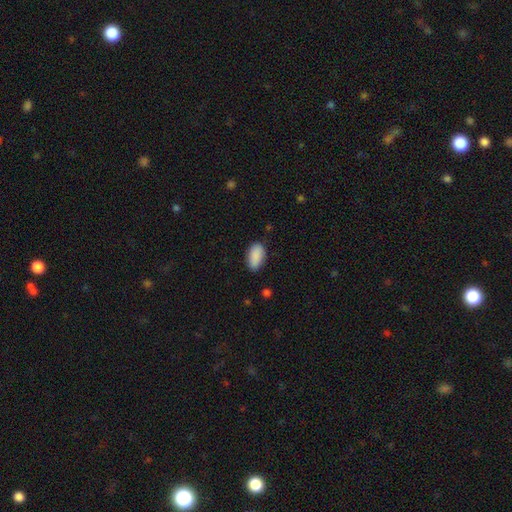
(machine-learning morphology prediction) Smooth or featured? Predicted: smooth (p=0.89). How rounded? Predicted: in between (p=0.94). Merging? Predicted: none (p=0.80).